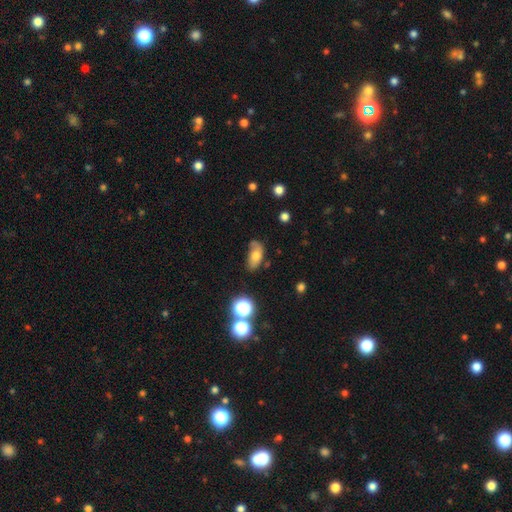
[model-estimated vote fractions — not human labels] This appears to be a smooth galaxy with no disk features (62%) that is in between round and cigar-shaped (87%). Merging: none (48%).